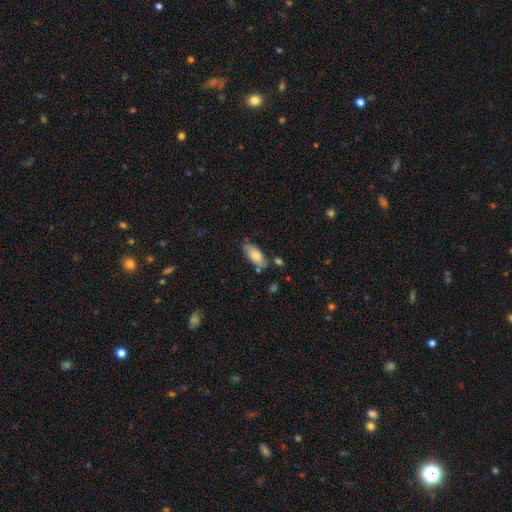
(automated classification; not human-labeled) Morphology: type=smooth (71%); roundness=in between (87%); merging=none (69%).